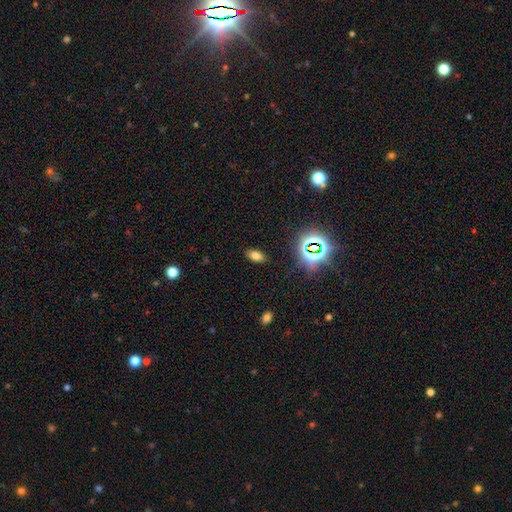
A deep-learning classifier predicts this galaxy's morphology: Overall: smooth (69%). How rounded: in between (88%). Merging: none (87%).